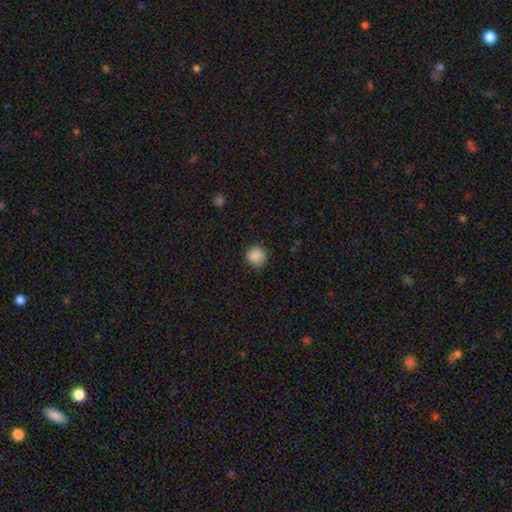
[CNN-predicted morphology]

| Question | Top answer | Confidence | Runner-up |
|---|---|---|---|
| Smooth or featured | smooth | 88% | star or artifact (8%) |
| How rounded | round | 93% | in between (6%) |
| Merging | none | 88% | minor disturbance (9%) |